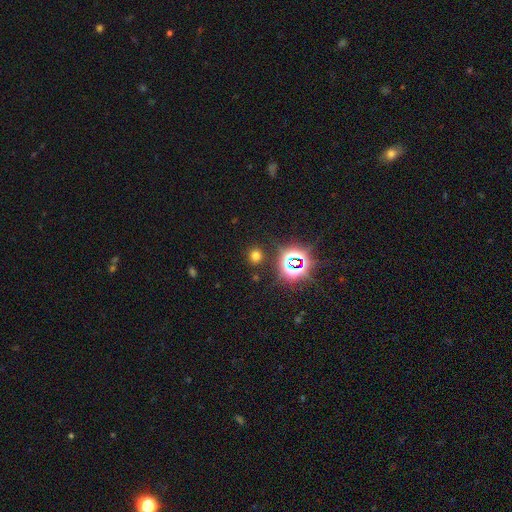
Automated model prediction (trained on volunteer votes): This appears to be a smooth galaxy with no disk features (62%) that is round (83%). Merging: none (87%).